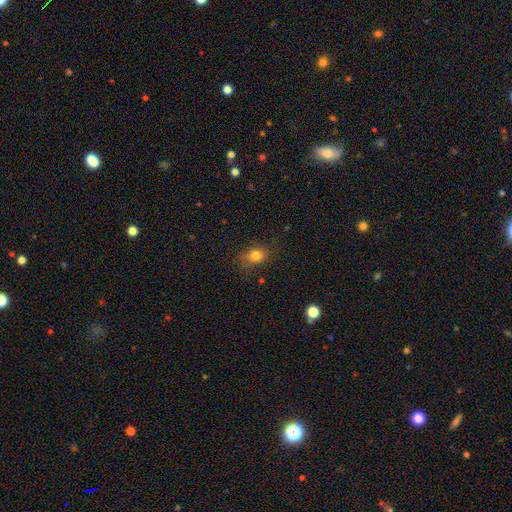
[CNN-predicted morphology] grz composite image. It shows a smooth galaxy with no disk features (80%) that is in between round and cigar-shaped (56%). Merging: none (78%).